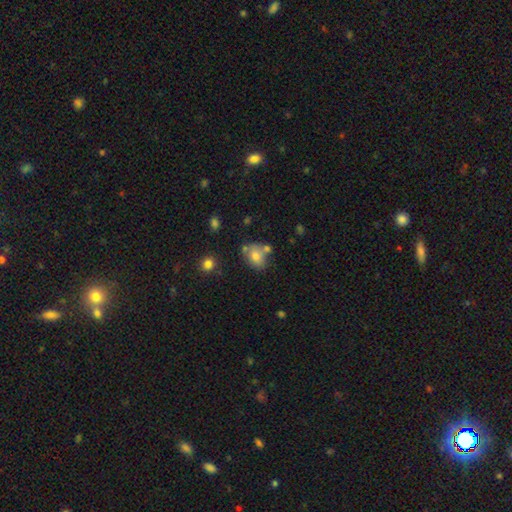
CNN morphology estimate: Smooth or featured?
  - smooth: 74% *
  - featured or disk: 16%
  - star or artifact: 10%
How rounded?
  - in between: 56% *
  - round: 43%
  - cigar-shaped: 1%
Merging?
  - none: 56% *
  - merger: 20%
  - minor disturbance: 18%
  - major disturbance: 5%